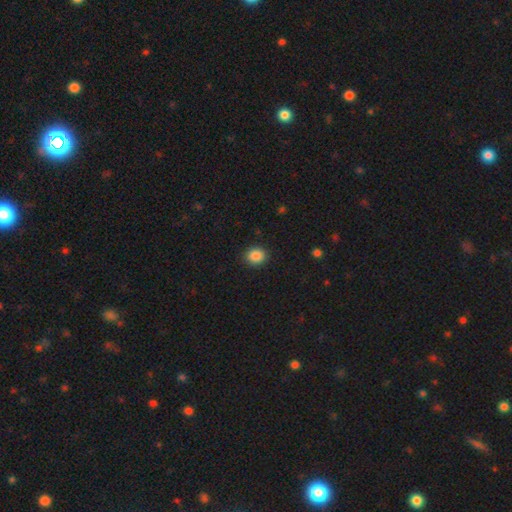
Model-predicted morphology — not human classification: Smooth or featured? smooth (87%)
How rounded? round (73%)
Merging? none (89%)